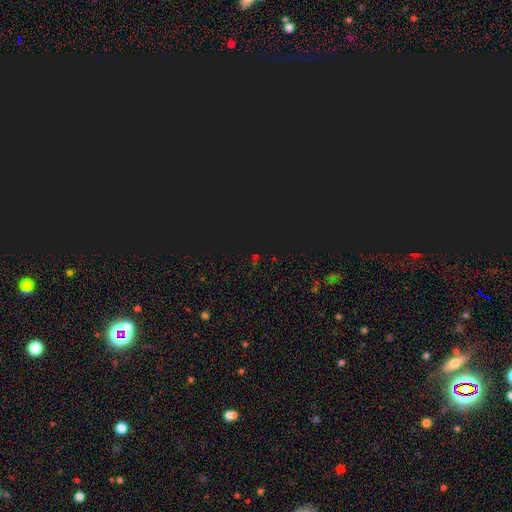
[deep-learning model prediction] Smooth or featured: star or artifact — 75% (smooth — 18%)